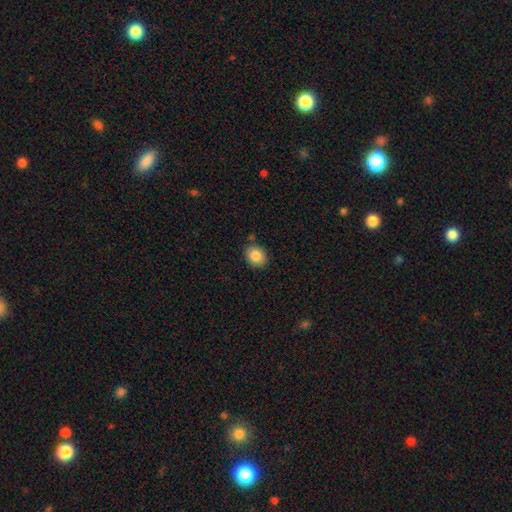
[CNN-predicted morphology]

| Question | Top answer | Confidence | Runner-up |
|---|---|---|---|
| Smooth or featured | smooth | 84% | star or artifact (9%) |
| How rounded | round | 63% | in between (37%) |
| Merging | none | 82% | minor disturbance (12%) |